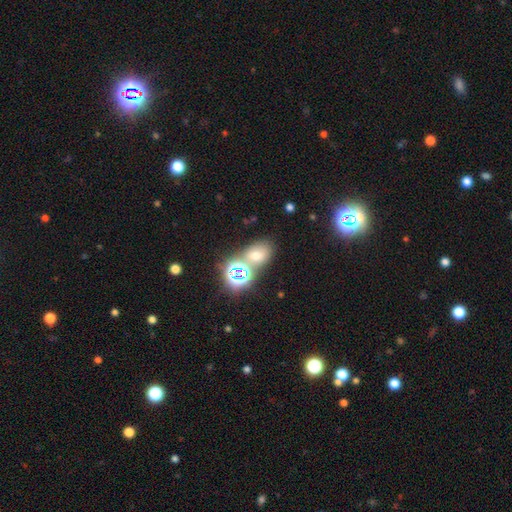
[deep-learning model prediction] This appears to be a smooth galaxy with no disk features (52%) that is in between round and cigar-shaped (65%). Merging: none (58%).